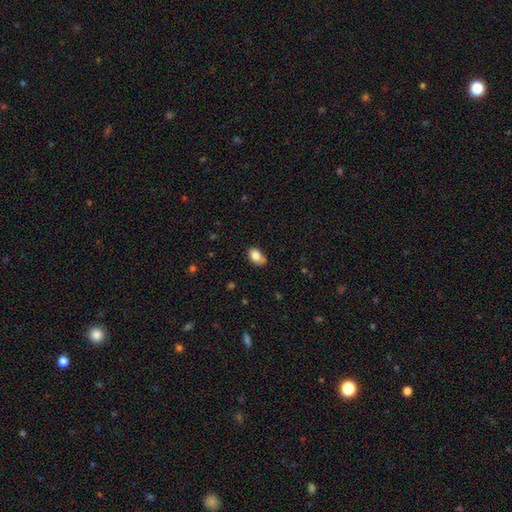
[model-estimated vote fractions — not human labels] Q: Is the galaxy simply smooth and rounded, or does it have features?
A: smooth — 81%.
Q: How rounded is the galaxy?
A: in between — 83%.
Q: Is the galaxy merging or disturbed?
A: none — 59%.